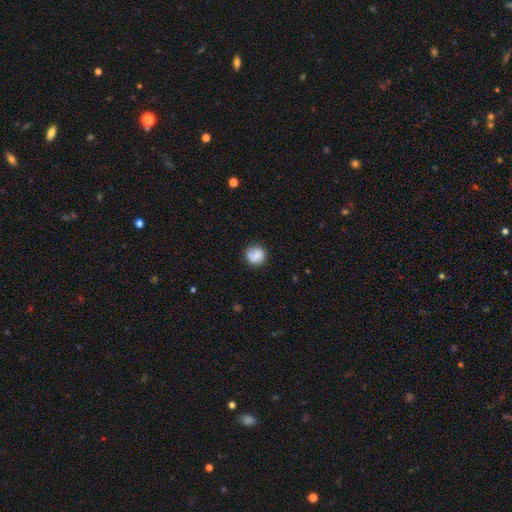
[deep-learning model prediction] Smooth or featured? smooth (74%)
How rounded? round (88%)
Merging? none (72%)